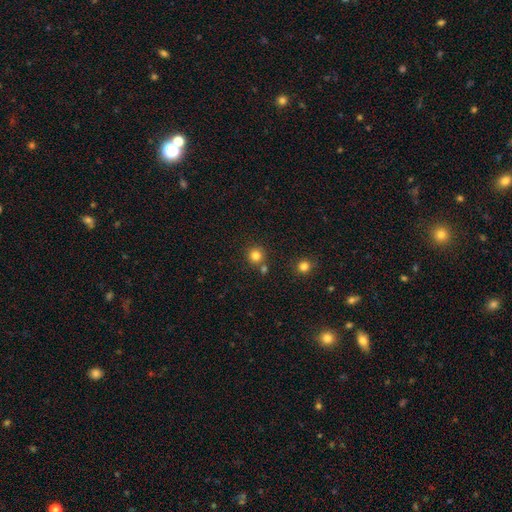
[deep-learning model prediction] smooth_or_featured: smooth (p=0.82) [alt: star or artifact p=0.13]
how_rounded: round (p=0.94) [alt: in between p=0.05]
merging: none (p=0.78) [alt: merger p=0.12]